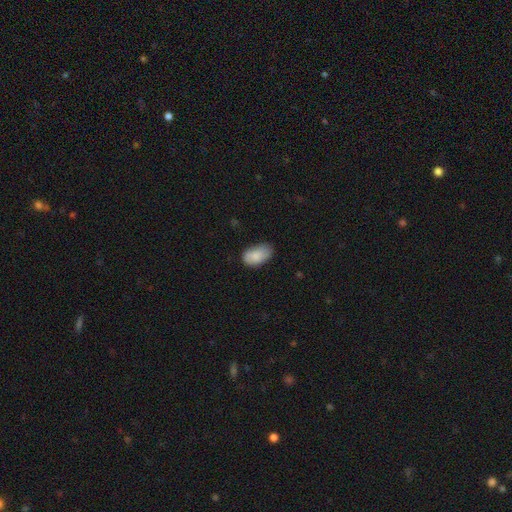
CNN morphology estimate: smooth_or_featured: smooth (p=0.86) [alt: featured or disk p=0.07]
how_rounded: in between (p=0.94) [alt: round p=0.05]
merging: none (p=0.69) [alt: minor disturbance p=0.25]